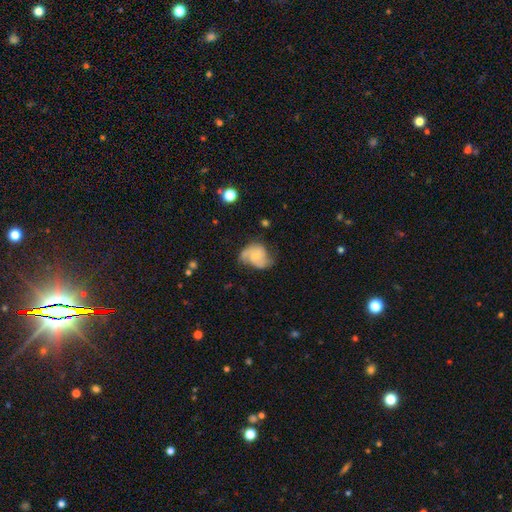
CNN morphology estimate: This appears to be a featured or disk galaxy (58%) with no bar (73%), spiral arms (85%) and a small central bulge (57%). Merging: none (45%).